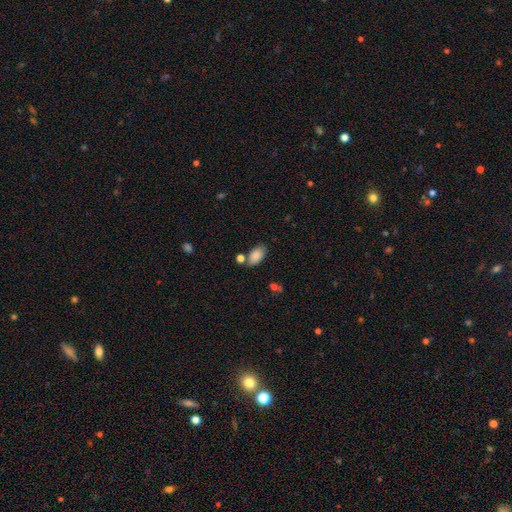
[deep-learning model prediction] A smooth galaxy with no disk features (85%) that is in between round and cigar-shaped (93%).

Vote fractions:
- Smooth or featured? smooth: 85% / star or artifact: 8% / featured or disk: 7%
- How rounded? in between: 93% / round: 5% / cigar-shaped: 2%
- Merging? none: 68% / minor disturbance: 16% / merger: 12% / major disturbance: 4%